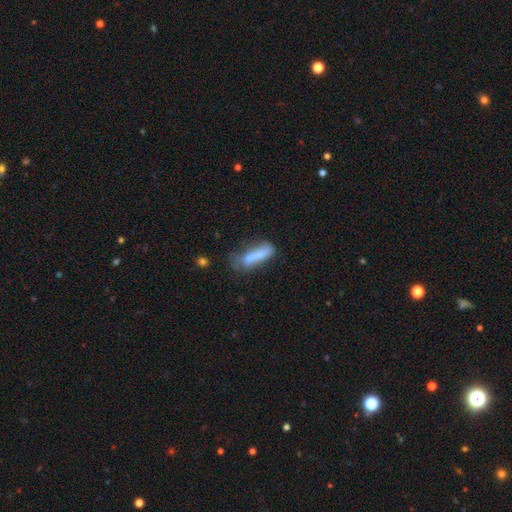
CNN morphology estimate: This is likely a smooth galaxy (74%). How rounded: likely cigar-shaped (62%). Merging: marginally none (42%).